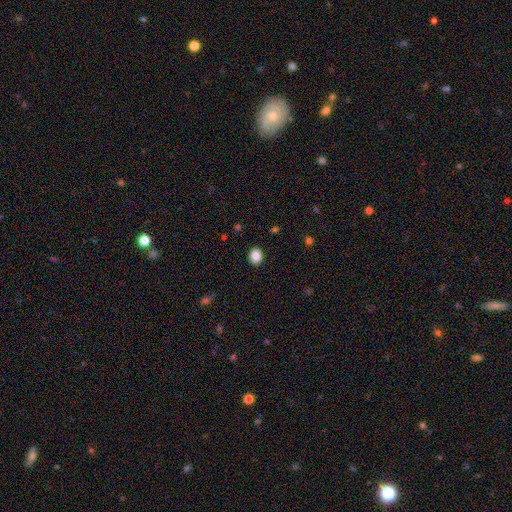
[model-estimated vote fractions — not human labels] A smooth galaxy with no disk features (86%) that is round (52%). Merging: none (91%).